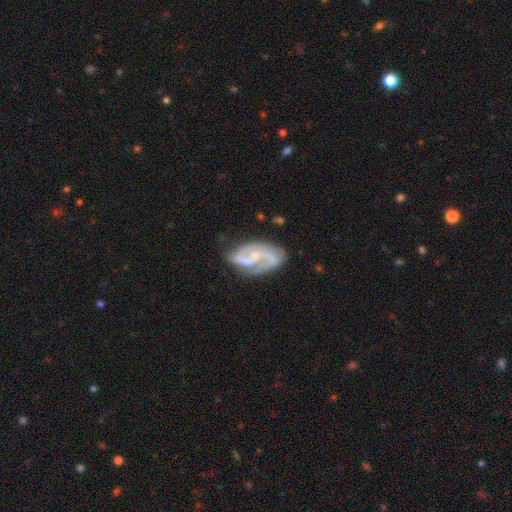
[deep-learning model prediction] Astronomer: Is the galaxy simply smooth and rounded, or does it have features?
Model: featured or disk — 85%.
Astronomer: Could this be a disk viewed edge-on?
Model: no — 97%.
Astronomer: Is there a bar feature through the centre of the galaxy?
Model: weak — 44% (runner-up: no, 40%).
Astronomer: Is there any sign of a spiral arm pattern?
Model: yes — 93%.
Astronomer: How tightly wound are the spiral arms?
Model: medium — 49% (runner-up: loose, 29%).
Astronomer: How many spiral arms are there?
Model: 2 — 77%.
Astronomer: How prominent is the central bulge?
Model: small — 61%.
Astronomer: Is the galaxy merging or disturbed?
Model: none — 63%.